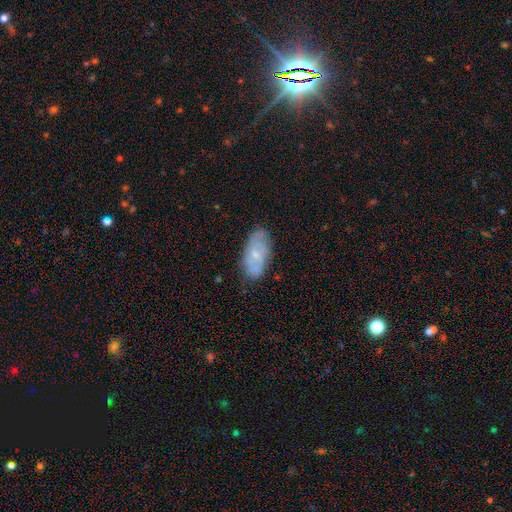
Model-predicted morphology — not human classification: A smooth galaxy with no disk features (48%).

Vote fractions:
- Smooth or featured? smooth: 48% / featured or disk: 45% / star or artifact: 7%
- Merging? none: 75% / minor disturbance: 19% / major disturbance: 4% / merger: 2%